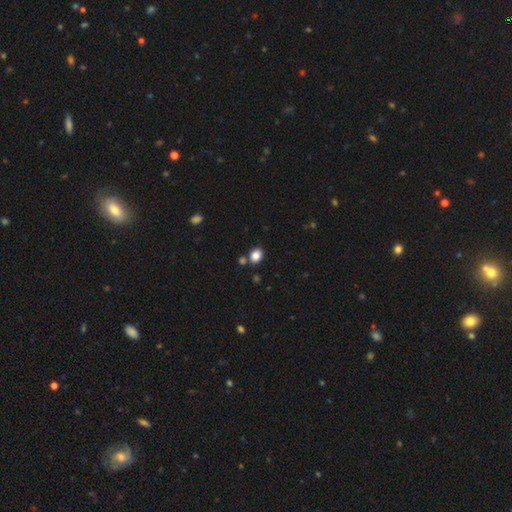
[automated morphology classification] smooth_or_featured: smooth (p=0.85) [alt: star or artifact p=0.11]
how_rounded: in between (p=0.51) [alt: round p=0.48]
merging: none (p=0.75) [alt: merger p=0.12]